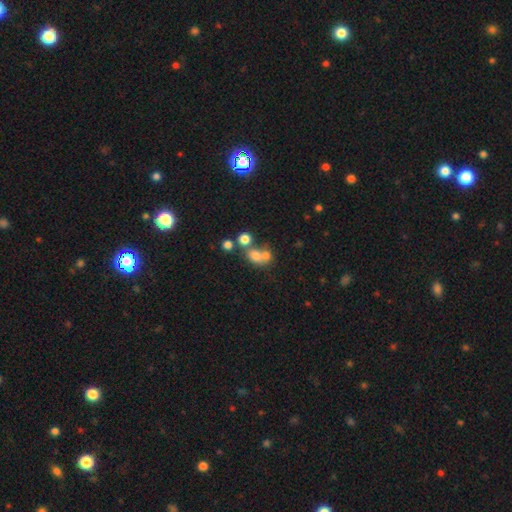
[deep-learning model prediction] The model was most divided on "how rounded": round: 56%, in between: 43%, cigar-shaped: 2%. More confident: smooth or featured — smooth (69%); merging — merger (52%).